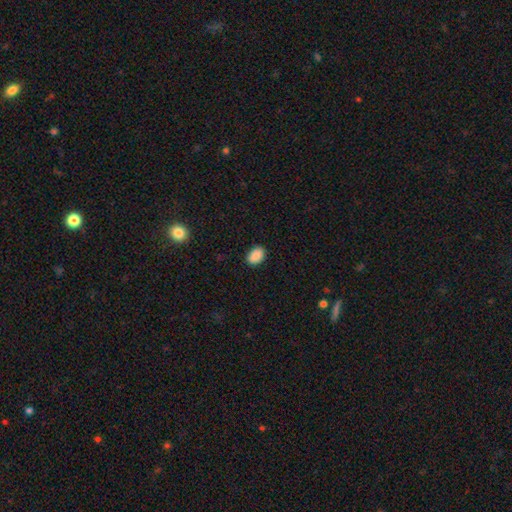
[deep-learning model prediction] Smooth or featured?
  - smooth: 90% *
  - star or artifact: 8%
  - featured or disk: 3%
How rounded?
  - in between: 83% *
  - round: 16%
  - cigar-shaped: 1%
Merging?
  - none: 88% *
  - minor disturbance: 9%
  - major disturbance: 2%
  - merger: 1%